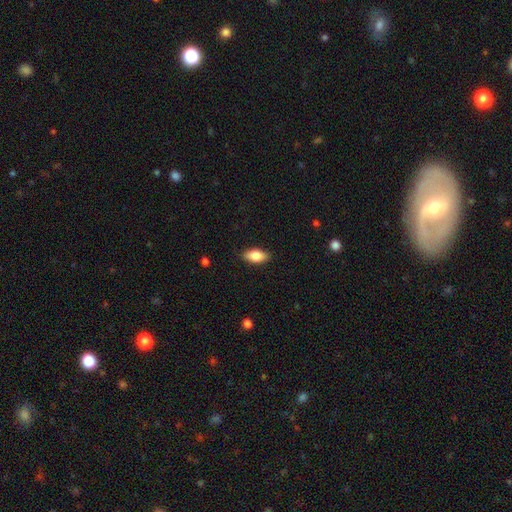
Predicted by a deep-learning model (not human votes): A smooth galaxy with no disk features (80%) that is in between round and cigar-shaped (88%). Merging: none (88%).